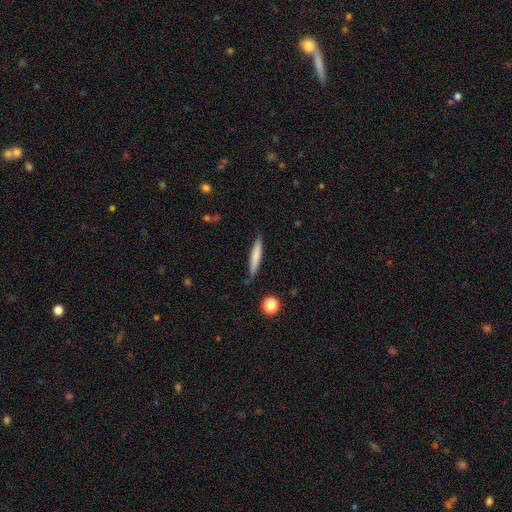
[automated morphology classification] The model was most divided on "smooth or featured": smooth: 73%, featured or disk: 21%, star or artifact: 6%. More confident: how rounded — cigar-shaped (93%); merging — none (85%).